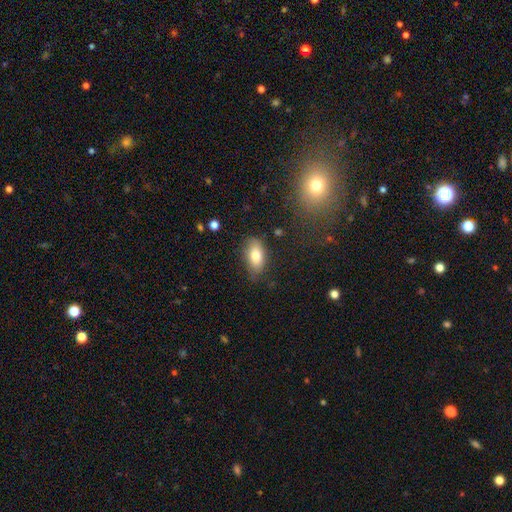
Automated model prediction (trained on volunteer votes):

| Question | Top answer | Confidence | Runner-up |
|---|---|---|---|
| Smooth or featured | smooth | 78% | featured or disk (14%) |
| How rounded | in between | 90% | round (5%) |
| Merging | none | 74% | minor disturbance (20%) |